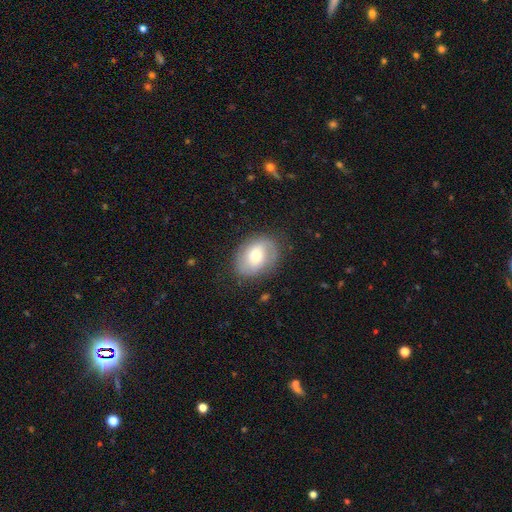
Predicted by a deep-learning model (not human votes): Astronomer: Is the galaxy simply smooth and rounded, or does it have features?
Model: smooth — 48% (runner-up: featured or disk, 44%).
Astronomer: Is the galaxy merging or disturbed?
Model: none — 76%.